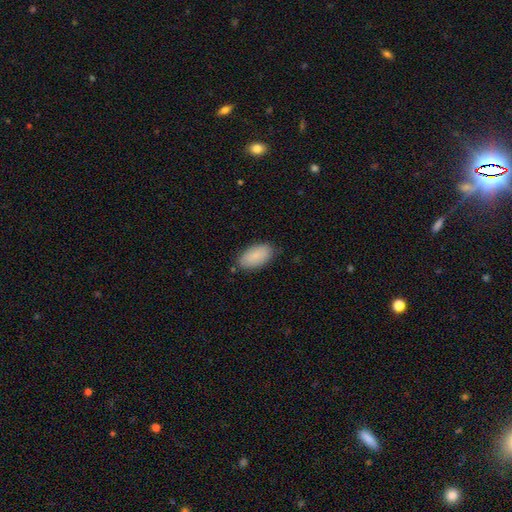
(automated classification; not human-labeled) Smooth or featured: smooth — 89% (star or artifact — 6%)
How rounded: in between — 94% (cigar-shaped — 4%)
Merging: none — 82% (minor disturbance — 14%)